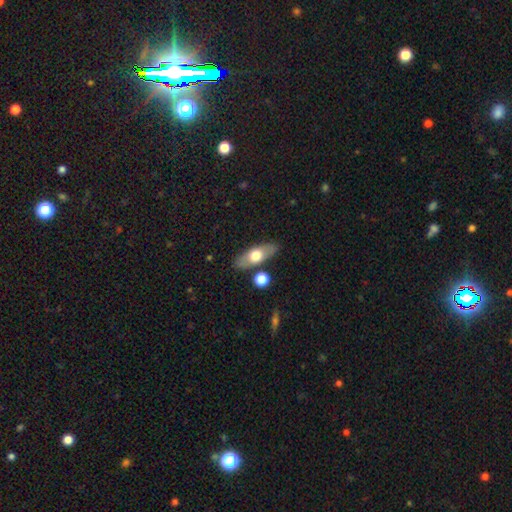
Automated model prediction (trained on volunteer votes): This is possibly a smooth galaxy (57%). How rounded: likely in between (67%). Merging: clearly none (82%).